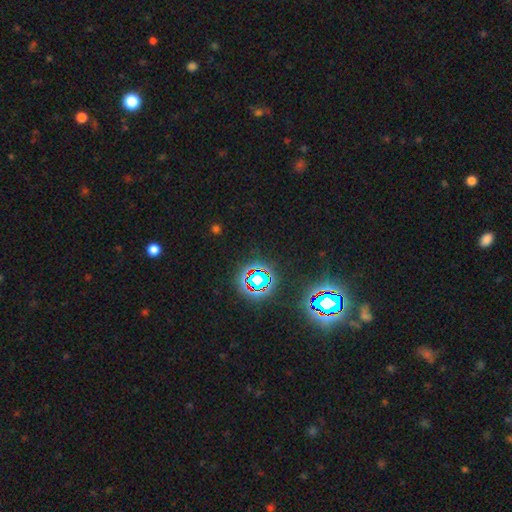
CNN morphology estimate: smooth-or-featured: star or artifact: 80% | smooth: 12% | featured or disk: 8%